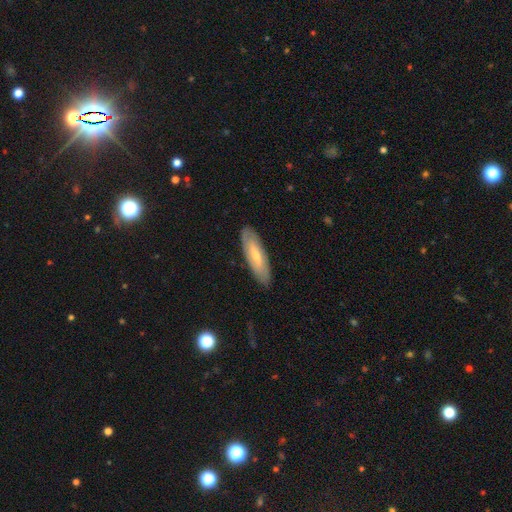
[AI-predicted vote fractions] Smooth or featured?
  - smooth: 50% *
  - featured or disk: 44%
  - star or artifact: 6%
How rounded?
  - in between: 50% *
  - cigar-shaped: 48%
  - round: 2%
Merging?
  - none: 86% *
  - minor disturbance: 11%
  - major disturbance: 2%
  - merger: 1%